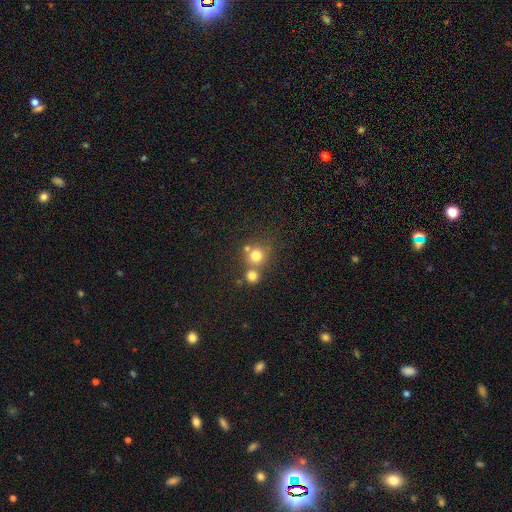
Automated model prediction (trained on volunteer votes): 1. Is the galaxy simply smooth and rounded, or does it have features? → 75% smooth, 15% star or artifact, 10% featured or disk.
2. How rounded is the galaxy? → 89% round, 10% in between, 1% cigar-shaped.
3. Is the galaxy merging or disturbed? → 55% none, 34% merger, 7% minor disturbance, 3% major disturbance.